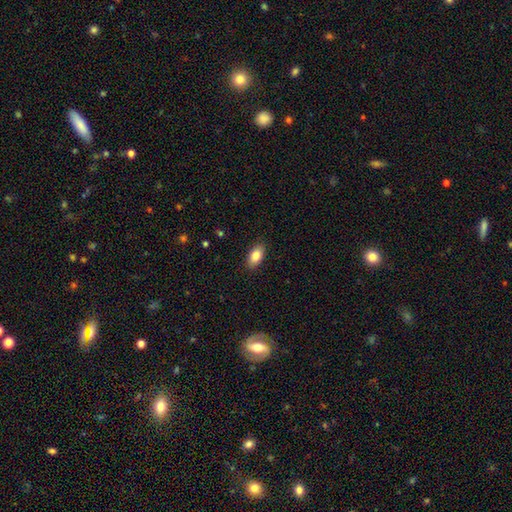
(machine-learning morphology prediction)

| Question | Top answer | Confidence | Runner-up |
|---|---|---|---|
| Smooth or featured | smooth | 85% | featured or disk (8%) |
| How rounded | in between | 91% | cigar-shaped (5%) |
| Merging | none | 88% | minor disturbance (9%) |